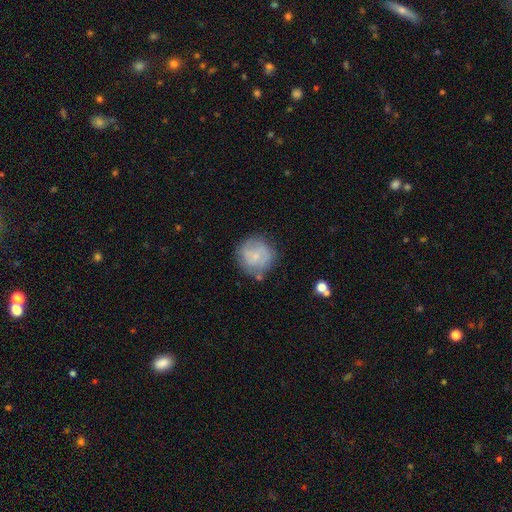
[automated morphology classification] Overall: smooth (49%; featured or disk 44%). Merging: none (72%).